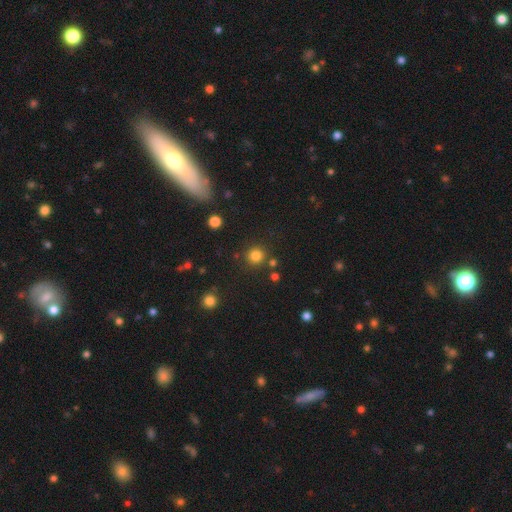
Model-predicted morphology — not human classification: smooth 82%, star or artifact 14%, featured or disk 4%. Down the decision tree: how rounded — round (93%); merging — none (85%).